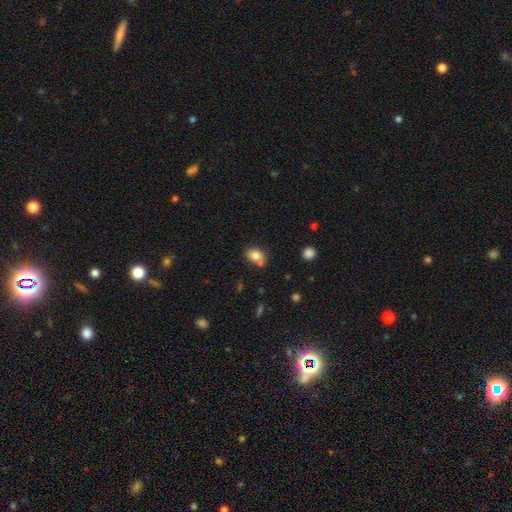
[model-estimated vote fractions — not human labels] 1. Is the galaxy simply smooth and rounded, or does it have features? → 80% smooth, 11% featured or disk, 9% star or artifact.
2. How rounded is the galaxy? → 67% in between, 32% round, 1% cigar-shaped.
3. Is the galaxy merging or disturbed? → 61% none, 18% merger, 17% minor disturbance, 4% major disturbance.